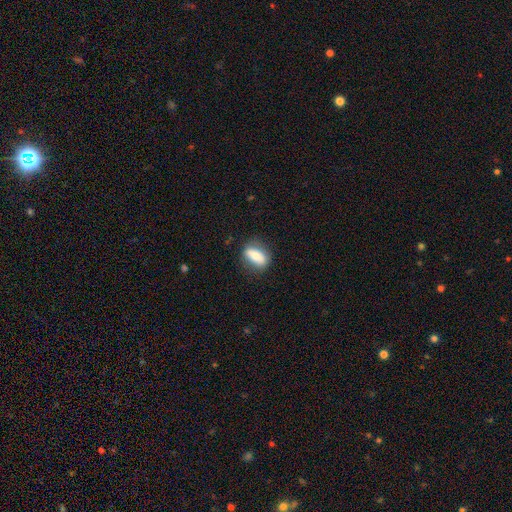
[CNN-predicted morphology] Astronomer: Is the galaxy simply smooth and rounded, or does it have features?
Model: smooth — 67%.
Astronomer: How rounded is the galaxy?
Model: in between — 75%.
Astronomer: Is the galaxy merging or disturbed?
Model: none — 78%.